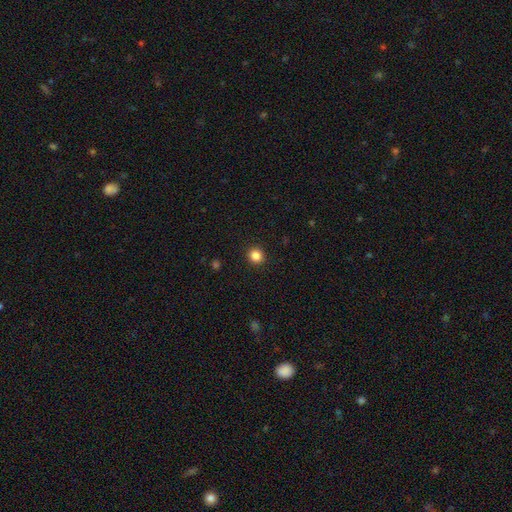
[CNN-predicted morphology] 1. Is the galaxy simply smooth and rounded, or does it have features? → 85% smooth, 11% star or artifact, 3% featured or disk.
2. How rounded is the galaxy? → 90% round, 10% in between, 1% cigar-shaped.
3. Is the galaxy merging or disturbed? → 92% none, 5% minor disturbance, 2% major disturbance, 1% merger.